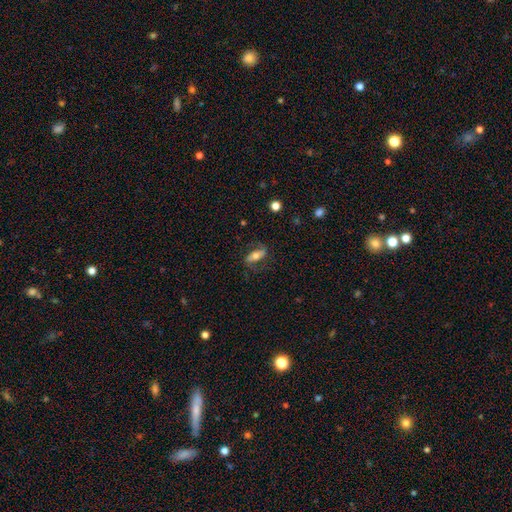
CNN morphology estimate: smooth-or-featured: featured or disk: 50% | smooth: 42% | star or artifact: 8%
  disk-edge-on: no: 79% | yes: 21%
  merging: none: 71% | minor disturbance: 18% | major disturbance: 10% | merger: 1%